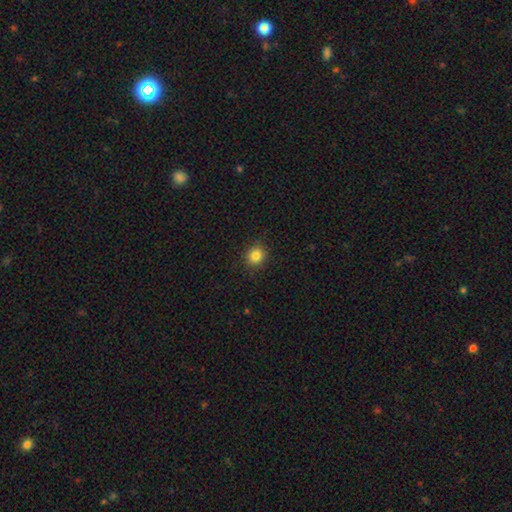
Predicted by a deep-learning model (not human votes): This is clearly a smooth galaxy (84%). How rounded: clearly round (87%). Merging: clearly none (91%).